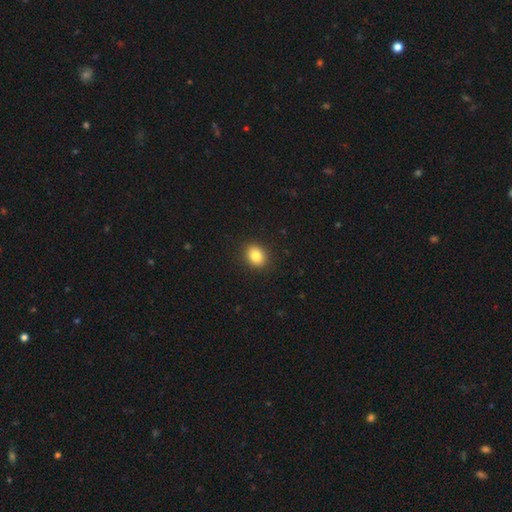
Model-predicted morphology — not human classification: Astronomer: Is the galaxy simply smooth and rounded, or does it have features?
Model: smooth — 84%.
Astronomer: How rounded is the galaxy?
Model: round — 50% (runner-up: in between, 49%).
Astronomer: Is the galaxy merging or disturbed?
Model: none — 90%.